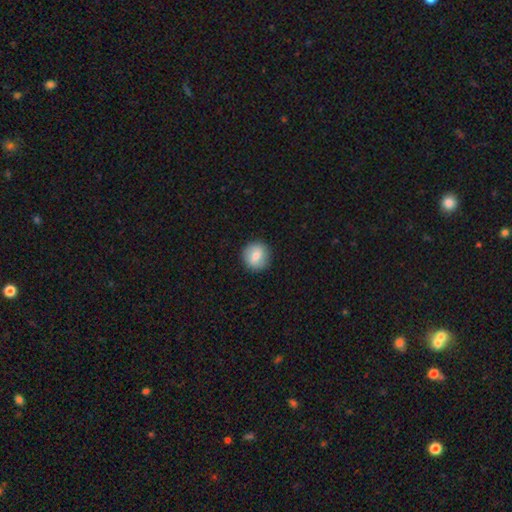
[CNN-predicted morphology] A smooth galaxy with no disk features (74%) that is round (92%).

Vote fractions:
- Smooth or featured? smooth: 74% / featured or disk: 18% / star or artifact: 8%
- How rounded? round: 92% / in between: 7% / cigar-shaped: 1%
- Merging? none: 90% / minor disturbance: 7% / major disturbance: 2% / merger: 1%